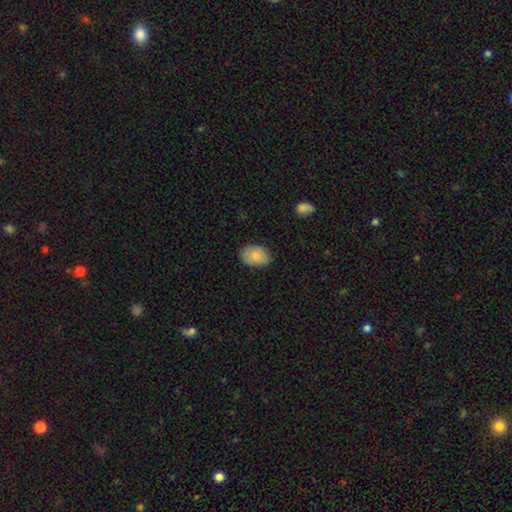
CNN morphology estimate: Smooth or featured: smooth — 81% (featured or disk — 12%)
How rounded: in between — 74% (round — 25%)
Merging: none — 85% (minor disturbance — 12%)